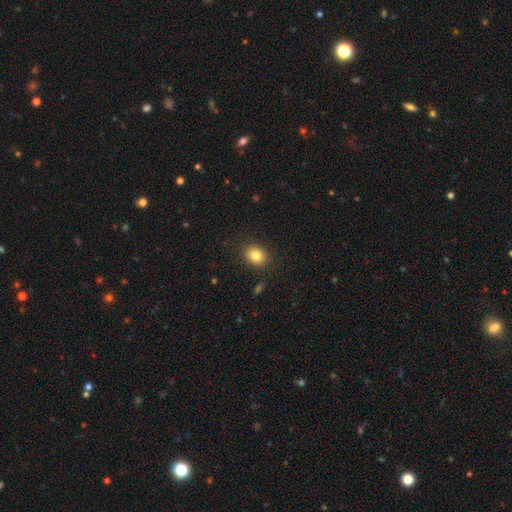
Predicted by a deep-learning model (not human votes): smooth-or-featured: smooth: 83% | star or artifact: 10% | featured or disk: 7%
  how-rounded: round: 52% | in between: 47% | cigar-shaped: 1%
  merging: none: 88% | minor disturbance: 8% | major disturbance: 3% | merger: 1%